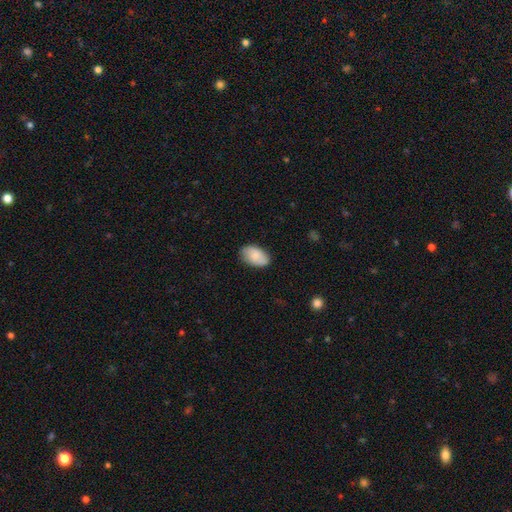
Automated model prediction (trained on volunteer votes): Morphology: type=smooth (80%); roundness=in between (92%); merging=none (80%).